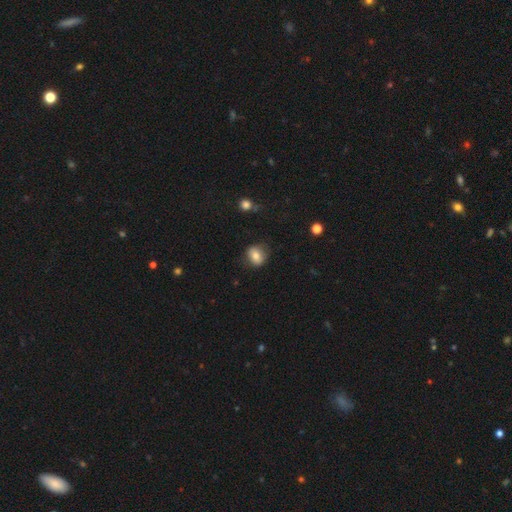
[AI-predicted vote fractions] Overall: smooth (75%). How rounded: round (64%; in between 35%). Merging: none (75%).